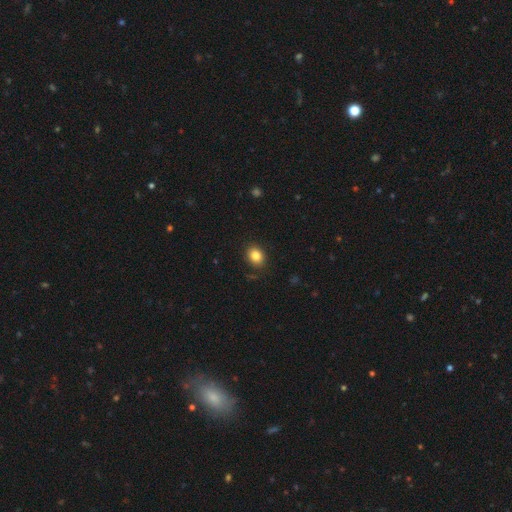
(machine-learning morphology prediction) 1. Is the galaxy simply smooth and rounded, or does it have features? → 84% smooth, 10% star or artifact, 6% featured or disk.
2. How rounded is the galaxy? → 52% round, 47% in between, 1% cigar-shaped.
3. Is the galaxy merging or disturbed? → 88% none, 9% minor disturbance, 2% major disturbance, 1% merger.